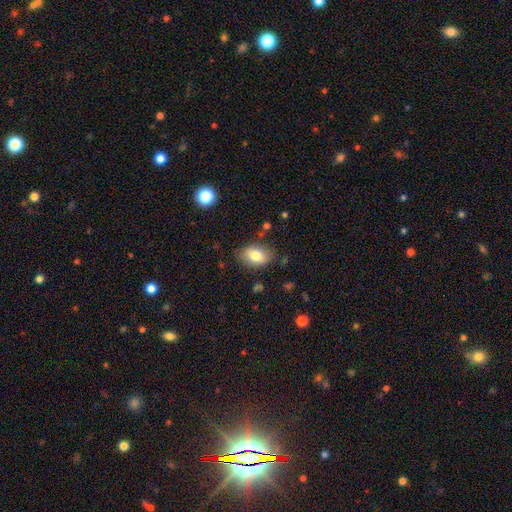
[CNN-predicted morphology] This is likely a smooth galaxy (79%). How rounded: clearly in between (84%). Merging: likely none (80%).